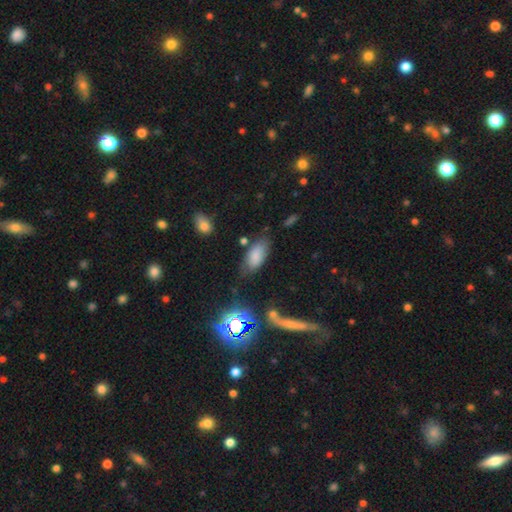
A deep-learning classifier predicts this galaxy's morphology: This is likely a smooth galaxy (77%). How rounded: clearly in between (90%). Merging: likely none (64%).